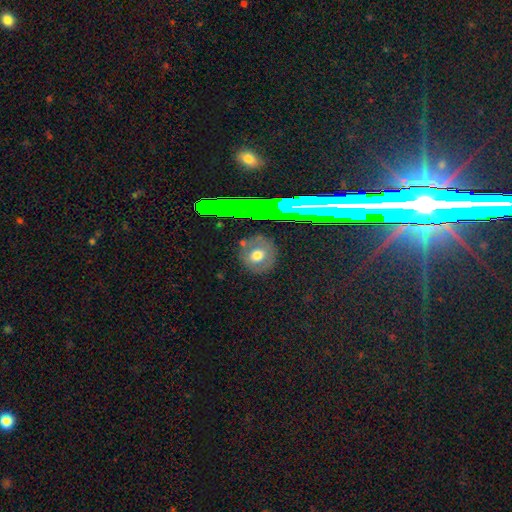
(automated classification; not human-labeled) Morphology: type=smooth (56%); roundness=round (82%); merging=none (85%).